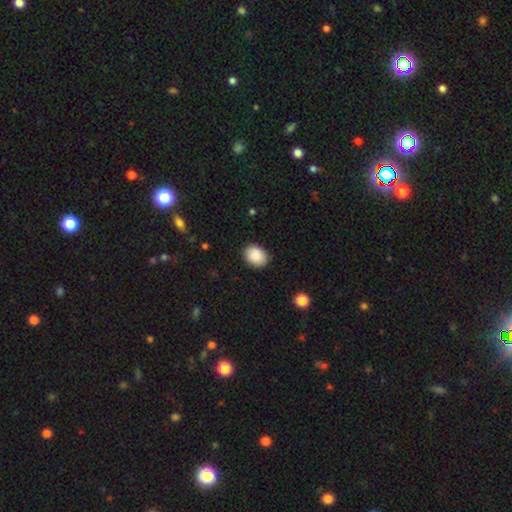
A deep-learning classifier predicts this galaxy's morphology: Smooth or featured? Predicted: smooth (p=0.89). How rounded? Predicted: in between (p=0.59). Merging? Predicted: none (p=0.86).